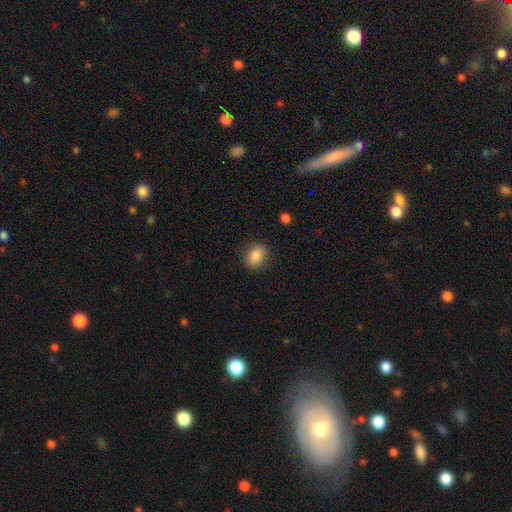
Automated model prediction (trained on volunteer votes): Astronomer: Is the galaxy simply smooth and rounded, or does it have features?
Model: smooth — 85%.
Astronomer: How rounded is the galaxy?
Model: in between — 58% (runner-up: round, 41%).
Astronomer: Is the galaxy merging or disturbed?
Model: none — 84%.